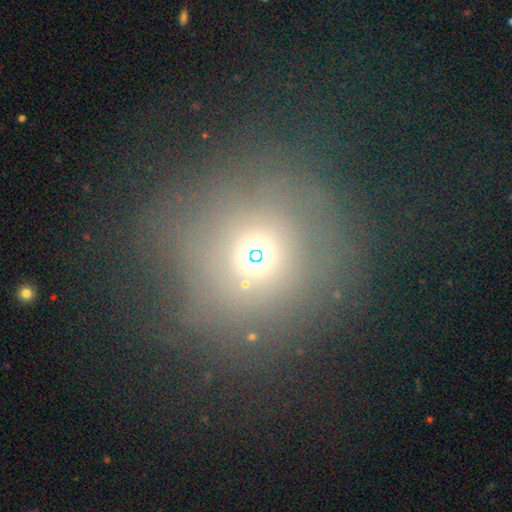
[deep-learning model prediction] Morphology: type=smooth (56%); roundness=round (79%); merging=none (71%).